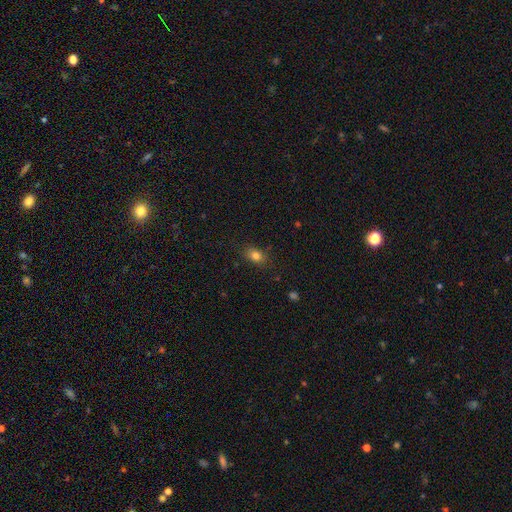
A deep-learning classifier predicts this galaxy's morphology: Overall: smooth (80%). How rounded: in between (69%). Merging: none (83%).